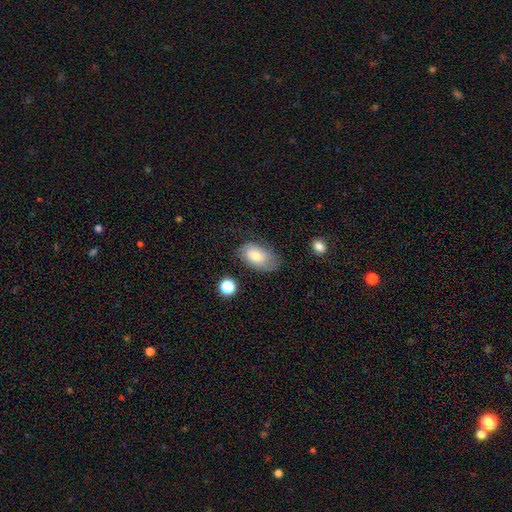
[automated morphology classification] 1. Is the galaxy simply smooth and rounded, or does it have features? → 69% smooth, 22% featured or disk, 8% star or artifact.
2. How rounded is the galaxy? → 91% in between, 8% round, 1% cigar-shaped.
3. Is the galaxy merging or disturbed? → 65% none, 25% minor disturbance, 8% major disturbance, 2% merger.